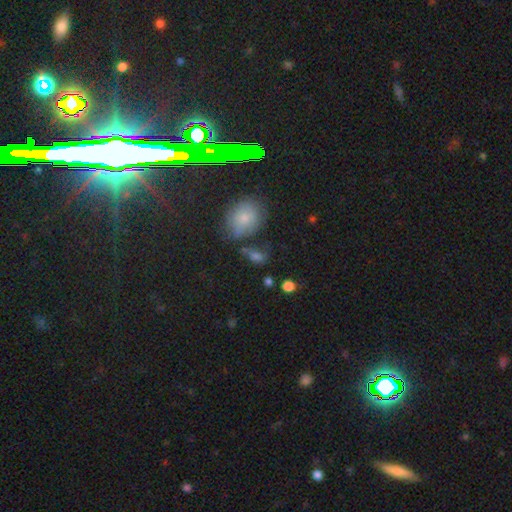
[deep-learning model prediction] smooth-or-featured: smooth: 64% | star or artifact: 21% | featured or disk: 15%
  how-rounded: in between: 65% | round: 29% | cigar-shaped: 6%
  merging: none: 57% | minor disturbance: 18% | merger: 14% | major disturbance: 10%